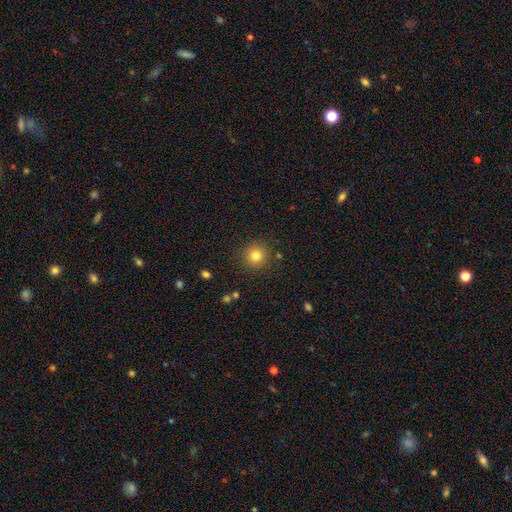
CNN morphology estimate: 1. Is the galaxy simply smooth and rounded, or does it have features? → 81% smooth, 12% star or artifact, 7% featured or disk.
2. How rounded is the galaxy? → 94% round, 5% in between, 1% cigar-shaped.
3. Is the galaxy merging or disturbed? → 88% none, 7% minor disturbance, 3% major disturbance, 2% merger.